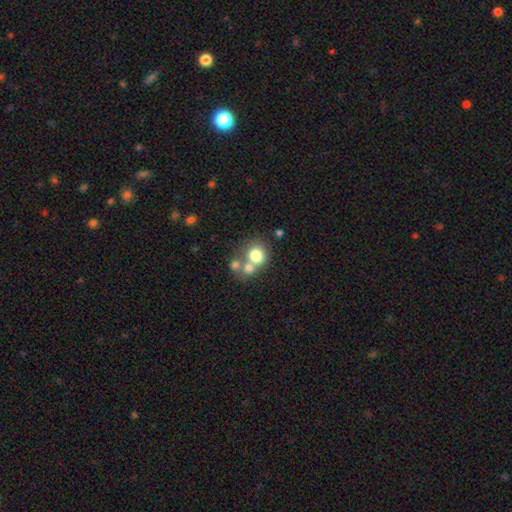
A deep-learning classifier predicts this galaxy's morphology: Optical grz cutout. It shows a smooth galaxy with no disk features (72%) that is round (80%). Merging: merger (46%).